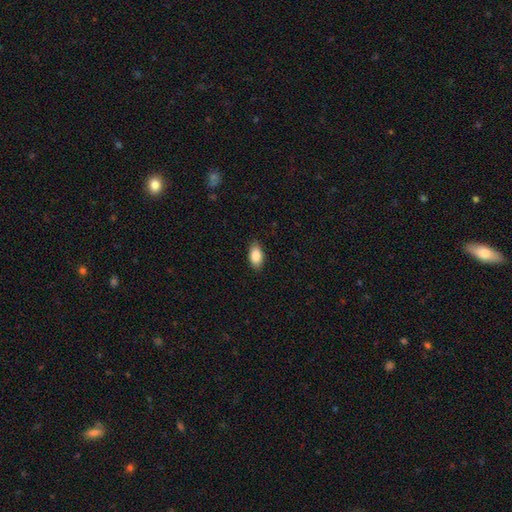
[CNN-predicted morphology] Smooth or featured? smooth (87%)
How rounded? in between (93%)
Merging? none (87%)